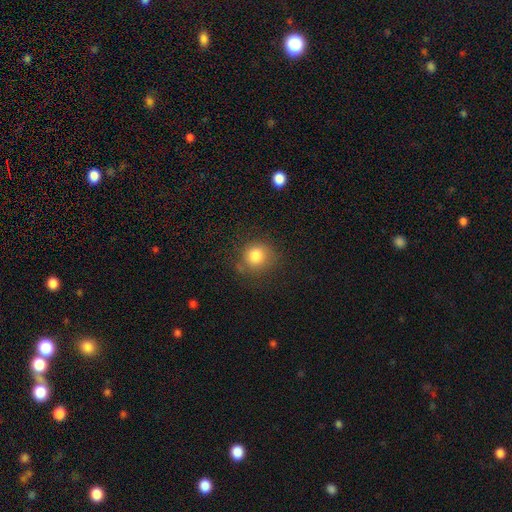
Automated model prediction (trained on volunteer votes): Overall: smooth (82%). How rounded: round (87%). Merging: none (75%).